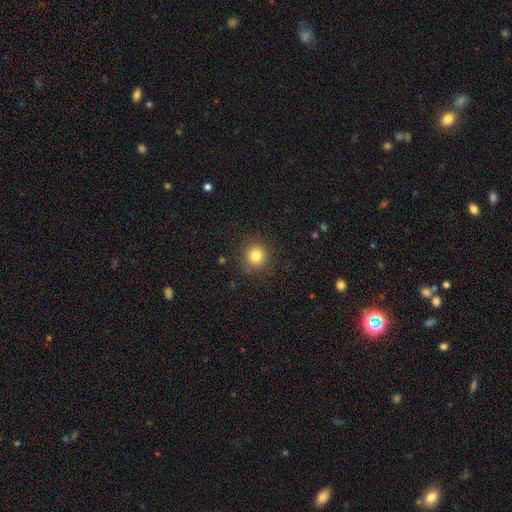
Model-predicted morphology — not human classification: This appears to be a smooth galaxy with no disk features (81%) that is round (91%). Merging: none (87%).